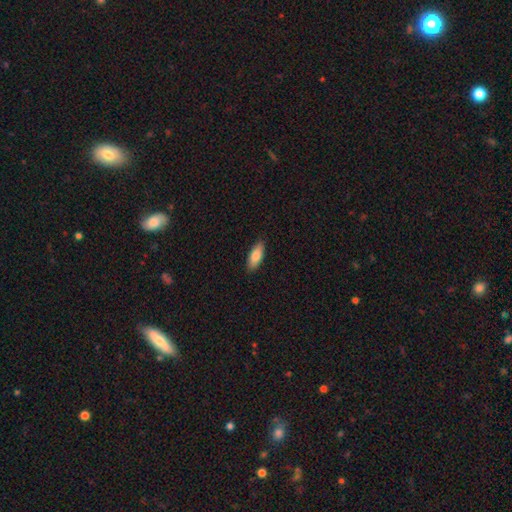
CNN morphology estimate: Smooth or featured? smooth (83%)
How rounded? in between (77%)
Merging? none (88%)